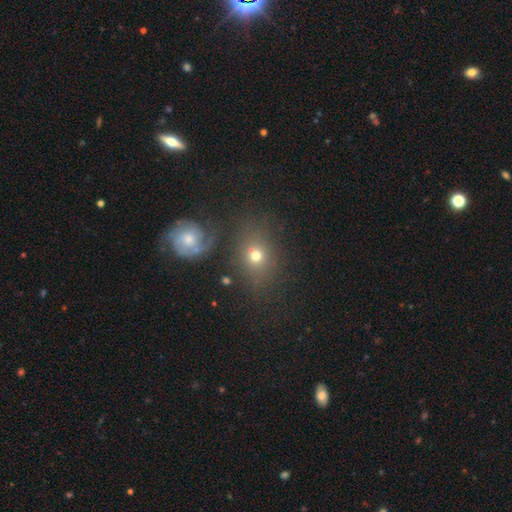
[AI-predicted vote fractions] This is likely a smooth galaxy (63%). How rounded: possibly round (54%). Merging: likely none (61%).